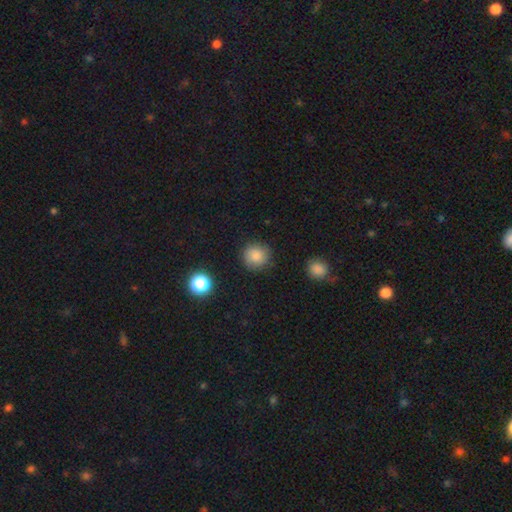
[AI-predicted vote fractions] Q: Smooth or featured?
A: smooth (84%); runner-up: star or artifact (10%)
Q: How rounded?
A: round (92%); runner-up: in between (7%)
Q: Merging?
A: none (85%); runner-up: minor disturbance (10%)